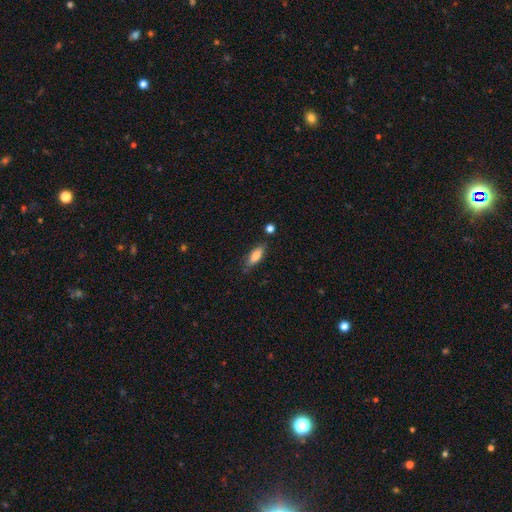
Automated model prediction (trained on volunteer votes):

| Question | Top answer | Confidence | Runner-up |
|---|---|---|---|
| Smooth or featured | smooth | 75% | featured or disk (18%) |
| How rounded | in between | 67% | cigar-shaped (30%) |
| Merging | none | 77% | minor disturbance (16%) |